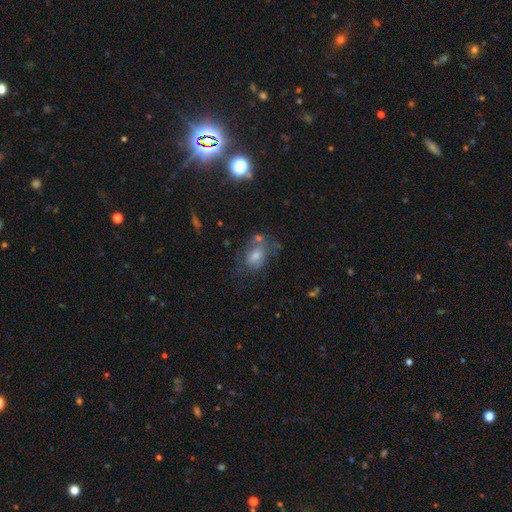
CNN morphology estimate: Overall: featured or disk (41%; smooth 35%). Merging: none (50%; minor disturbance 21%).